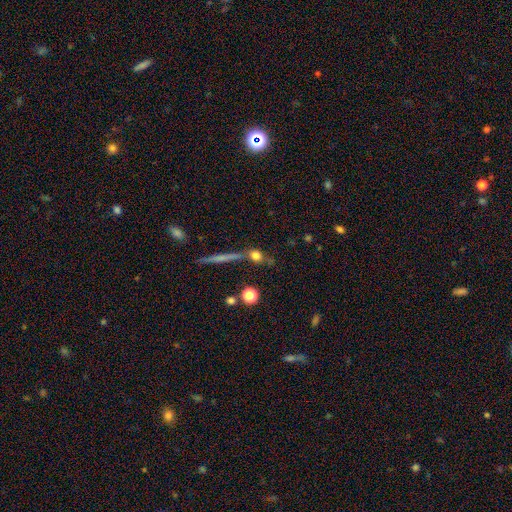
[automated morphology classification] Smooth or featured?
  - smooth: 68% *
  - featured or disk: 18%
  - star or artifact: 14%
How rounded?
  - round: 68% *
  - in between: 18%
  - cigar-shaped: 14%
Merging?
  - none: 62% *
  - merger: 19%
  - minor disturbance: 13%
  - major disturbance: 6%